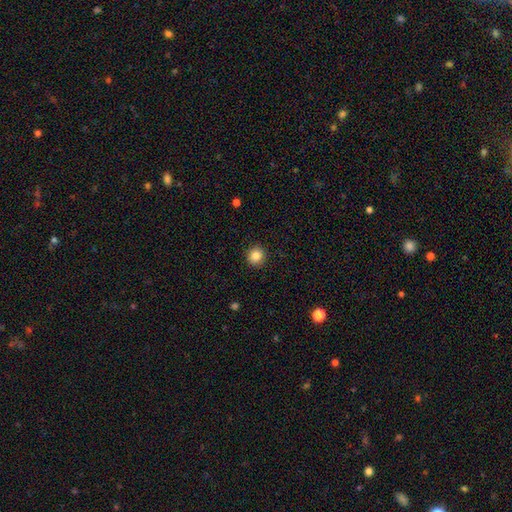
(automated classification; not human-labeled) Smooth or featured? Predicted: smooth (p=0.86). How rounded? Predicted: round (p=0.91). Merging? Predicted: none (p=0.91).